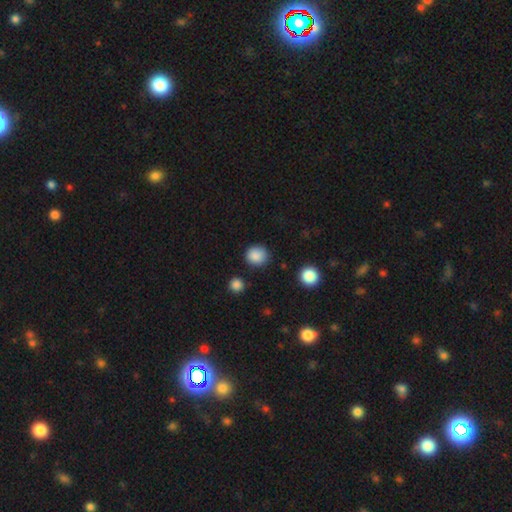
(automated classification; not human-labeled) Morphology: type=smooth (87%); roundness=round (87%); merging=none (86%).